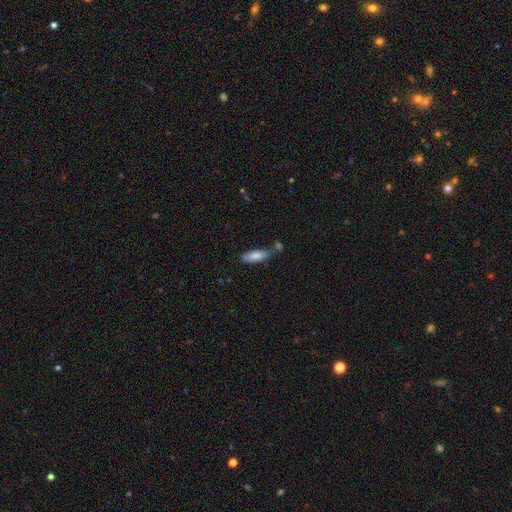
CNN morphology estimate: This appears to be a smooth galaxy with no disk features (83%) that is in between round and cigar-shaped (58%). Merging: none (59%).